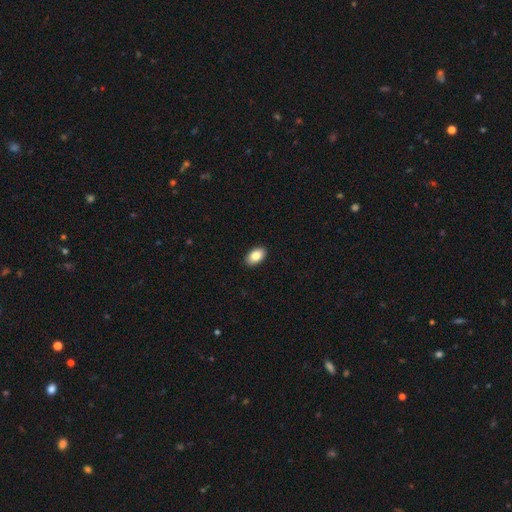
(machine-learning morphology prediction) A smooth galaxy with no disk features (84%) that is in between round and cigar-shaped (93%). Merging: none (91%).